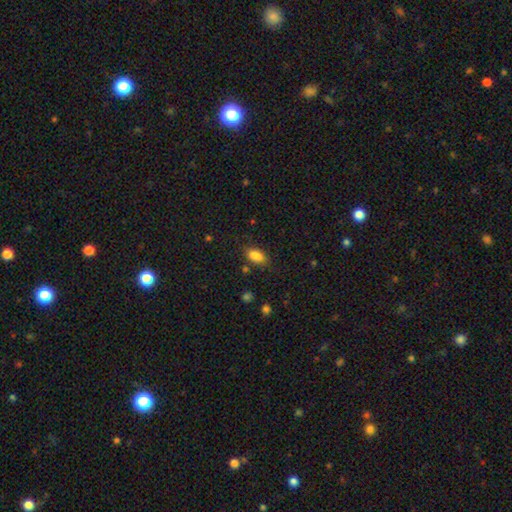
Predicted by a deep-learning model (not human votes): Overall: smooth (85%). How rounded: in between (88%). Merging: none (74%).